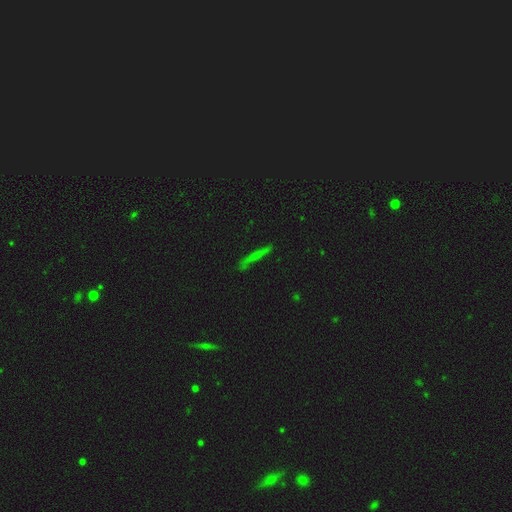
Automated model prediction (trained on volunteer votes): A smooth galaxy with no disk features (57%) that is cigar-shaped (92%).

Vote fractions:
- Smooth or featured? smooth: 57% / featured or disk: 30% / star or artifact: 13%
- How rounded? cigar-shaped: 92% / in between: 5% / round: 3%
- Merging? none: 76% / minor disturbance: 17% / major disturbance: 4% / merger: 3%